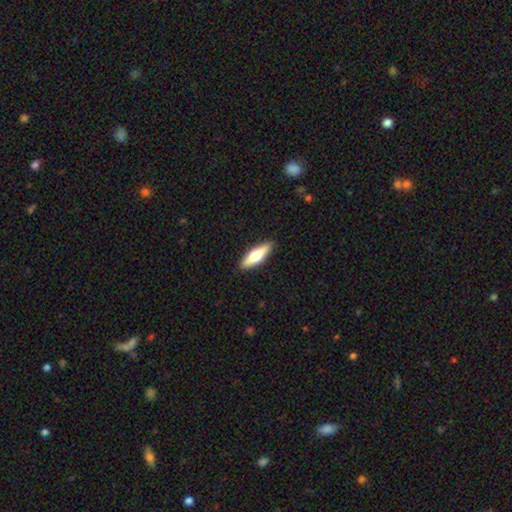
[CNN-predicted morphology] Overall: smooth (59%; featured or disk 35%). How rounded: cigar-shaped (57%; in between 41%). Merging: none (90%).